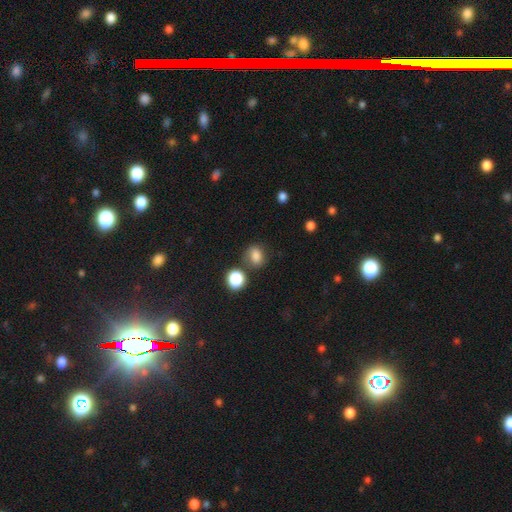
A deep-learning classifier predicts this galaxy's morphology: This is likely a smooth galaxy (79%). How rounded: possibly round (53%). Merging: likely none (62%).